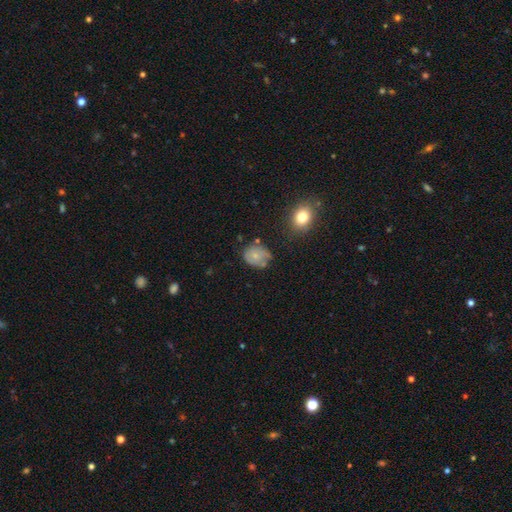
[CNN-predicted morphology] This is possibly a smooth galaxy (60%). How rounded: possibly round (59%). Merging: possibly none (55%).